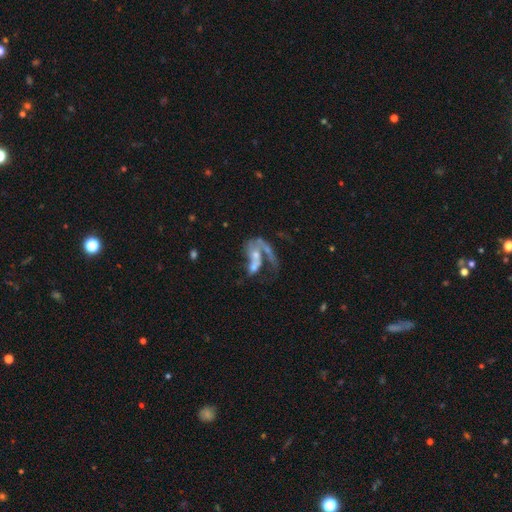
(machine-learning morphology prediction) Smooth or featured? Predicted: featured or disk (p=0.64). Edge-on disk? Predicted: no (p=0.94). Bar? Predicted: no (p=0.72). Spiral arms? Predicted: yes (p=0.55). Bulge size? Predicted: small (p=0.37). Merging? Predicted: merger (p=0.54).